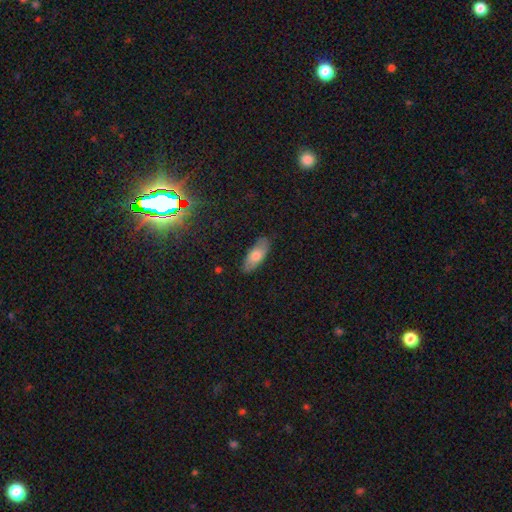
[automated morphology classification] This is likely a smooth galaxy (73%). How rounded: likely in between (78%). Merging: clearly none (84%).